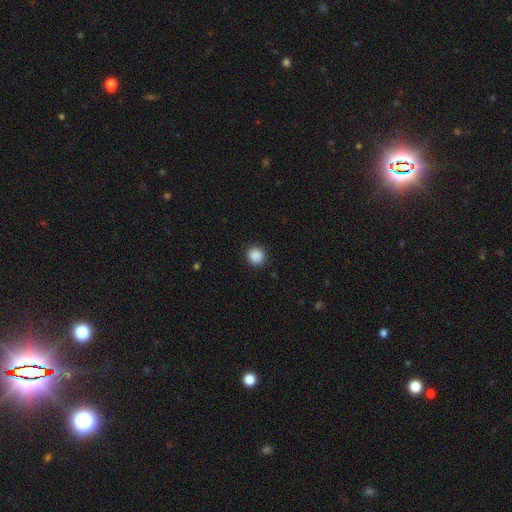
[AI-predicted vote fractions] A smooth galaxy with no disk features (89%) that is round (93%). Merging: none (91%).